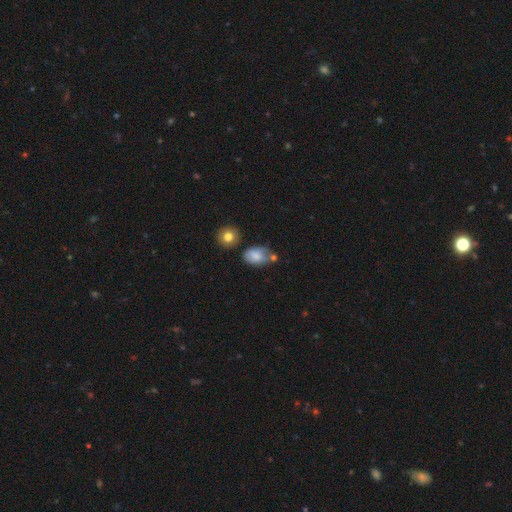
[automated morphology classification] This is likely a smooth galaxy (76%). How rounded: clearly in between (82%). Merging: marginally none (44%).